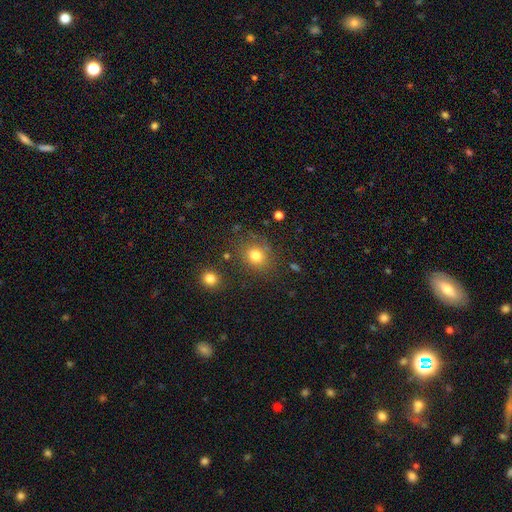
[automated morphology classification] This is likely a smooth galaxy (78%). How rounded: likely round (77%). Merging: likely none (79%).